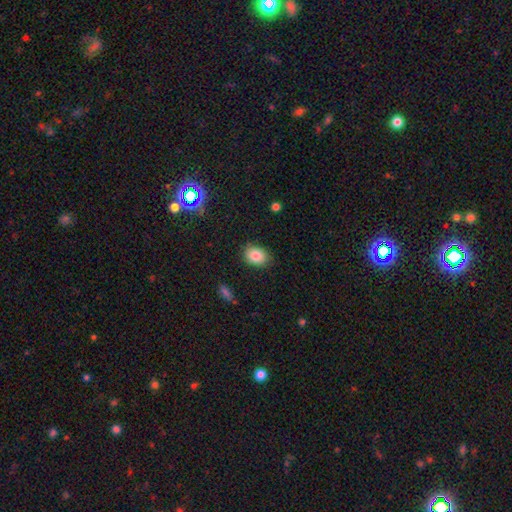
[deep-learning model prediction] smooth-or-featured: smooth: 83% | star or artifact: 9% | featured or disk: 8%
  how-rounded: in between: 70% | round: 29% | cigar-shaped: 1%
  merging: none: 83% | minor disturbance: 13% | major disturbance: 3% | merger: 1%